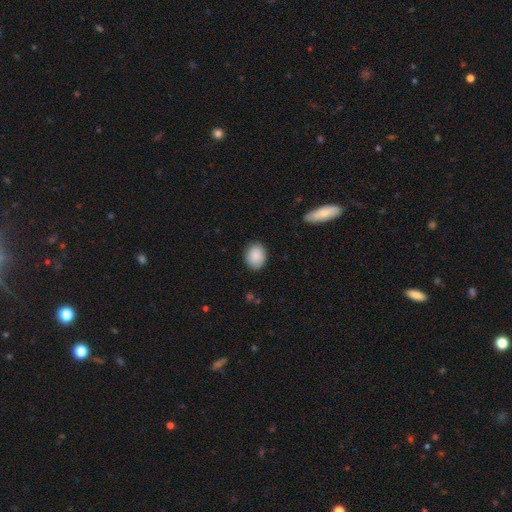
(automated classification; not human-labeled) smooth-or-featured: smooth: 89% | star or artifact: 7% | featured or disk: 4%
  how-rounded: in between: 54% | round: 45% | cigar-shaped: 1%
  merging: none: 85% | minor disturbance: 11% | major disturbance: 3% | merger: 1%